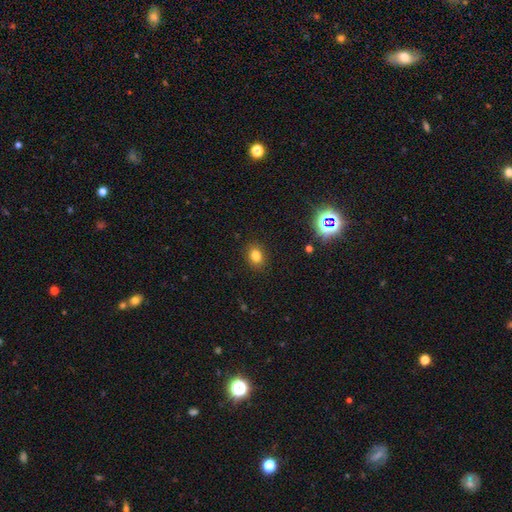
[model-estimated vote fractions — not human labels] Morphology: type=smooth (79%); roundness=in between (54%); merging=none (88%).